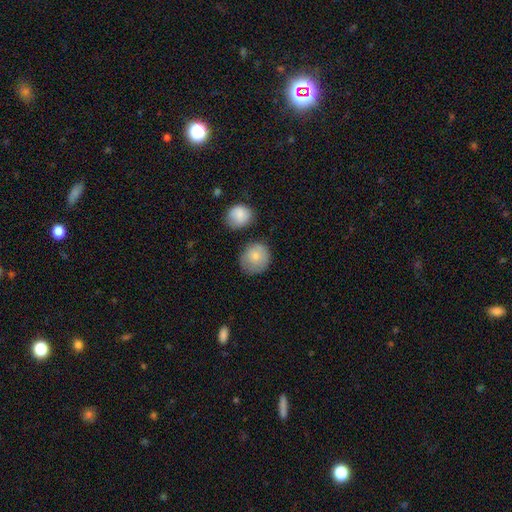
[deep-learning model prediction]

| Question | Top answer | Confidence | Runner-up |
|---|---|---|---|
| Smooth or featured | smooth | 82% | featured or disk (11%) |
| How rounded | round | 82% | in between (17%) |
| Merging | none | 66% | minor disturbance (21%) |